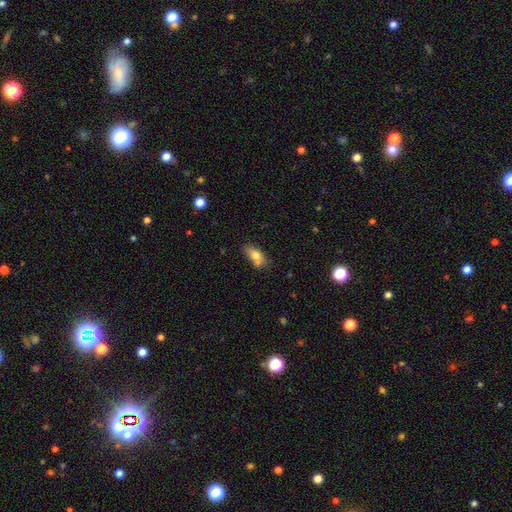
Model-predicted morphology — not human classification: This is likely a smooth galaxy (74%). How rounded: clearly in between (84%). Merging: possibly none (51%).